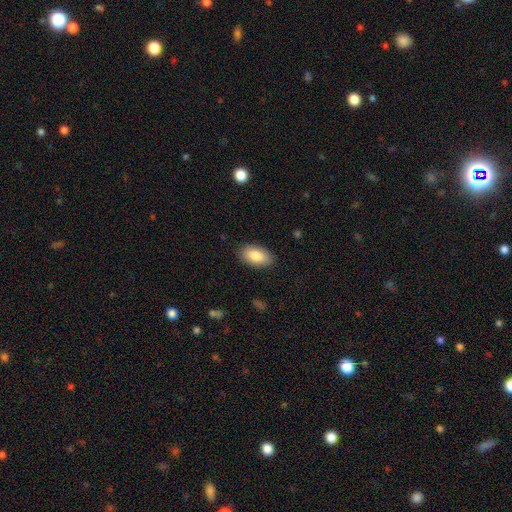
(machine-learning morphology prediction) A smooth galaxy with no disk features (83%) that is in between round and cigar-shaped (94%). Merging: none (88%).